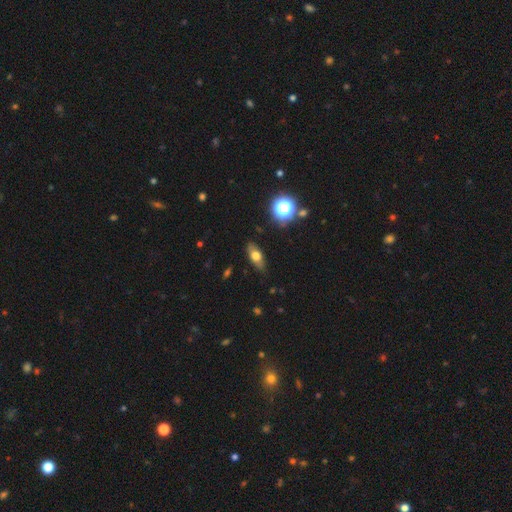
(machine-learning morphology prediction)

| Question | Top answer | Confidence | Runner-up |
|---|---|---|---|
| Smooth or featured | smooth | 63% | featured or disk (26%) |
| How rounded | in between | 76% | cigar-shaped (15%) |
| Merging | none | 84% | minor disturbance (12%) |